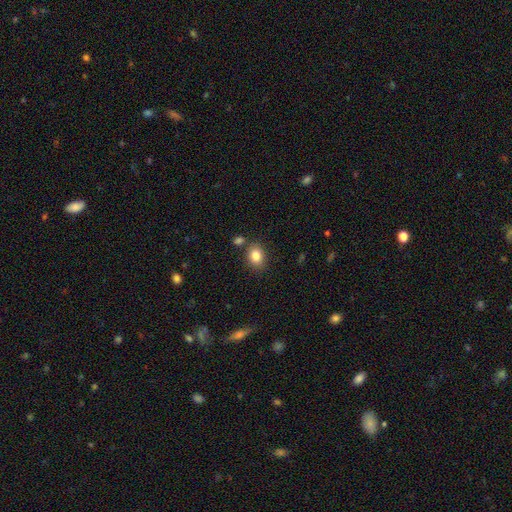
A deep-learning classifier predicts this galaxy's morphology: smooth 84%, star or artifact 10%, featured or disk 7%. Down the decision tree: how rounded — in between (57%); merging — none (79%).